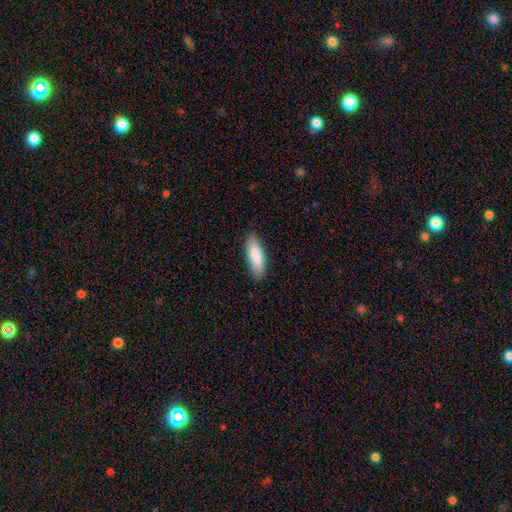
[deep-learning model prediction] This appears to be a smooth galaxy with no disk features (87%) that is in between round and cigar-shaped (56%). Merging: none (88%).